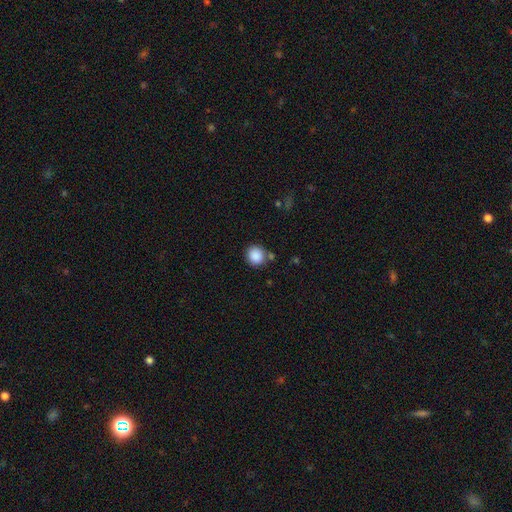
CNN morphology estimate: A smooth galaxy with no disk features (88%) that is round (89%).

Vote fractions:
- Smooth or featured? smooth: 88% / star or artifact: 9% / featured or disk: 3%
- How rounded? round: 89% / in between: 10% / cigar-shaped: 1%
- Merging? none: 79% / minor disturbance: 10% / merger: 8% / major disturbance: 3%